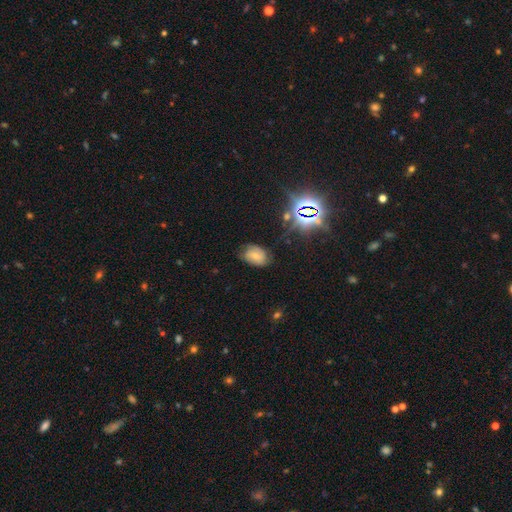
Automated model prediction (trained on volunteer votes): Overall: smooth (48%; featured or disk 34%). Merging: none (67%).